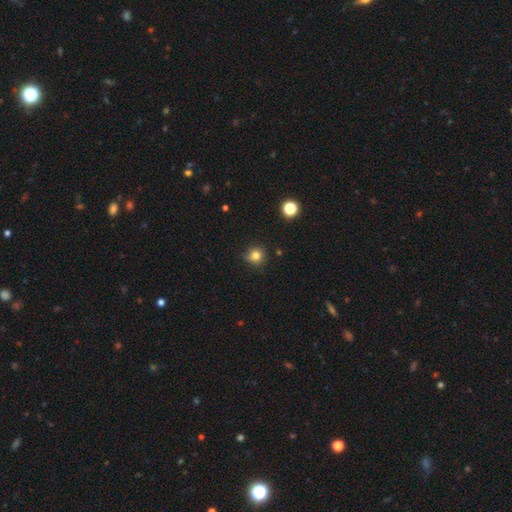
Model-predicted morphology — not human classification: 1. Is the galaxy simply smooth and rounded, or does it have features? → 80% smooth, 14% star or artifact, 6% featured or disk.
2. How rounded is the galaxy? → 90% round, 9% in between, 1% cigar-shaped.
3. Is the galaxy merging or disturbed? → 76% none, 18% minor disturbance, 4% major disturbance, 2% merger.